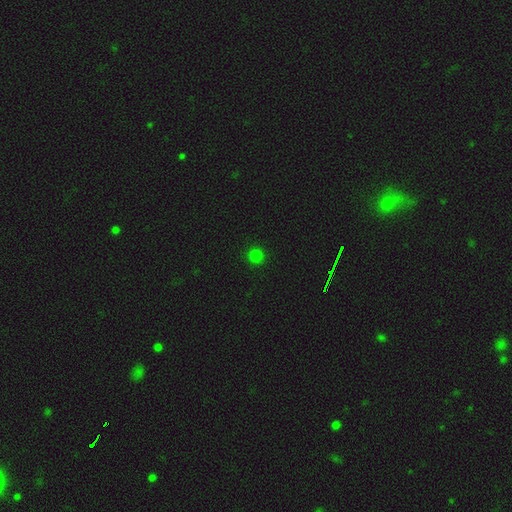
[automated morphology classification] smooth 79%, star or artifact 17%, featured or disk 3%. Down the decision tree: how rounded — round (95%); merging — none (93%).